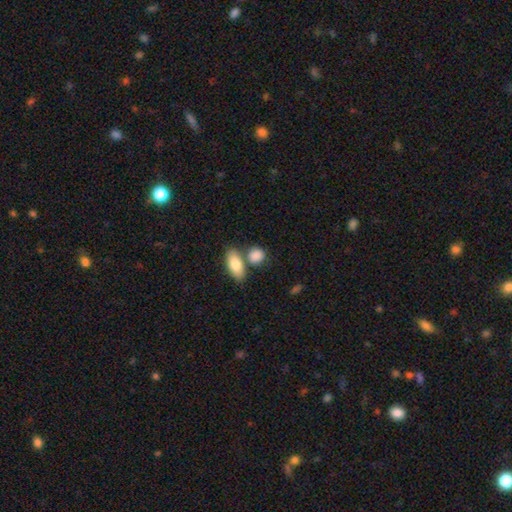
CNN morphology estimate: Smooth or featured? Predicted: smooth (p=0.86). How rounded? Predicted: in between (p=0.52). Merging? Predicted: none (p=0.57).